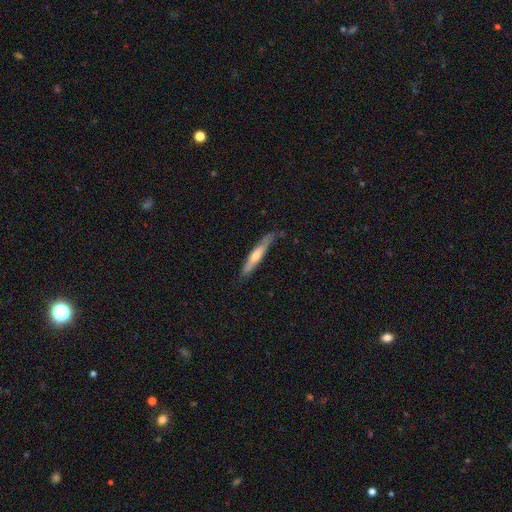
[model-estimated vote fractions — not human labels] Smooth or featured? smooth (48%)
Merging? none (77%)